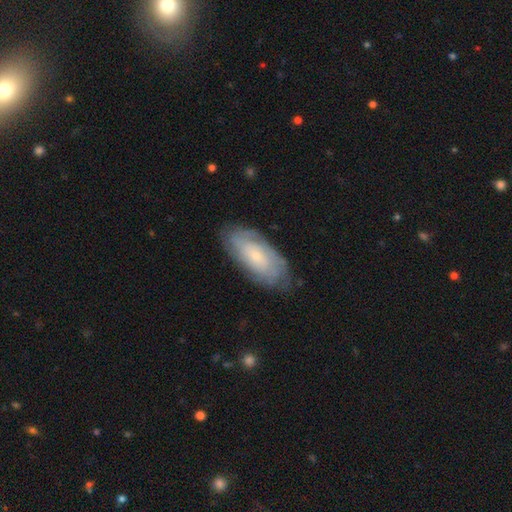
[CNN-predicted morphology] The model was most divided on "smooth or featured": featured or disk: 60%, smooth: 32%, star or artifact: 7%. More confident: edge-on disk — no (90%); spiral arms — yes (82%); bar — no (77%); merging — none (77%); bulge size — small (75%).